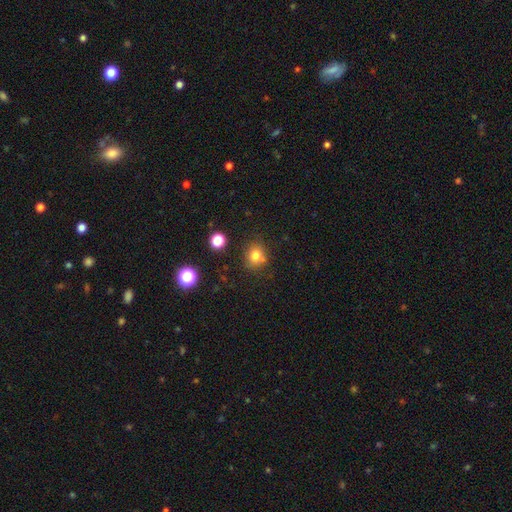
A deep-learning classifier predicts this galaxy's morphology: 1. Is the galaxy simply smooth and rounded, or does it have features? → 78% smooth, 14% star or artifact, 8% featured or disk.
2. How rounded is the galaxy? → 80% round, 19% in between, 1% cigar-shaped.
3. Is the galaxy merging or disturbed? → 75% none, 14% minor disturbance, 8% merger, 4% major disturbance.